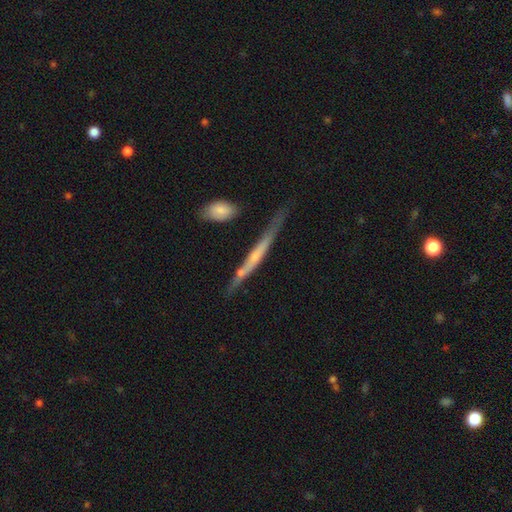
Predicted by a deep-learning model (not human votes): Overall: featured or disk (60%; smooth 34%). Edge-on disk: yes (94%). Edge-on bulge: none (55%; rounded 34%). Merging: none (70%).